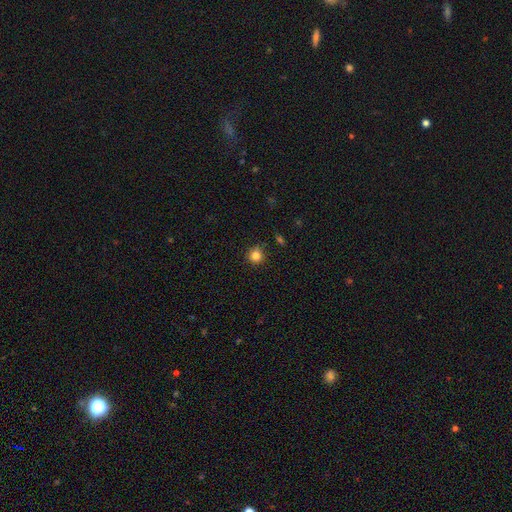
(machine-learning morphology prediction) Smooth or featured: smooth — 83% (star or artifact — 12%)
How rounded: round — 93% (in between — 6%)
Merging: none — 85% (minor disturbance — 10%)